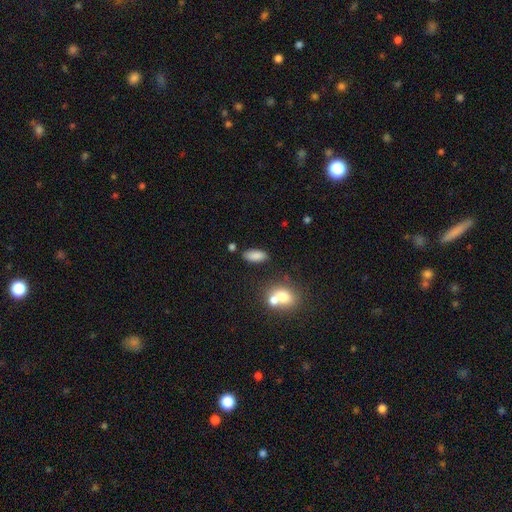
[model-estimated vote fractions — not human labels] smooth 85%, star or artifact 9%, featured or disk 6%. Down the decision tree: how rounded — in between (81%); merging — none (79%).